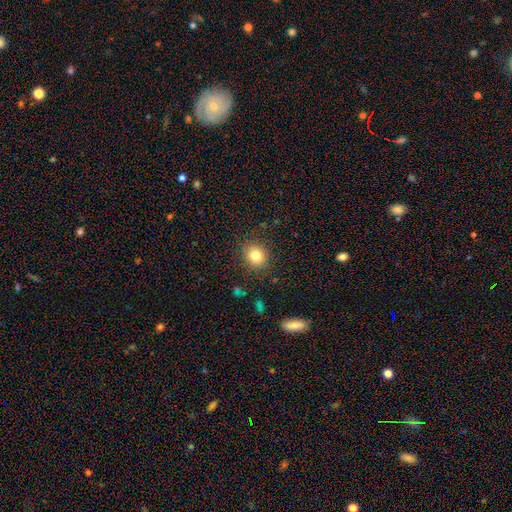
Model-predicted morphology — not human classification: smooth_or_featured: smooth (p=0.80) [alt: star or artifact p=0.11]
how_rounded: round (p=0.78) [alt: in between p=0.21]
merging: none (p=0.87) [alt: minor disturbance p=0.09]